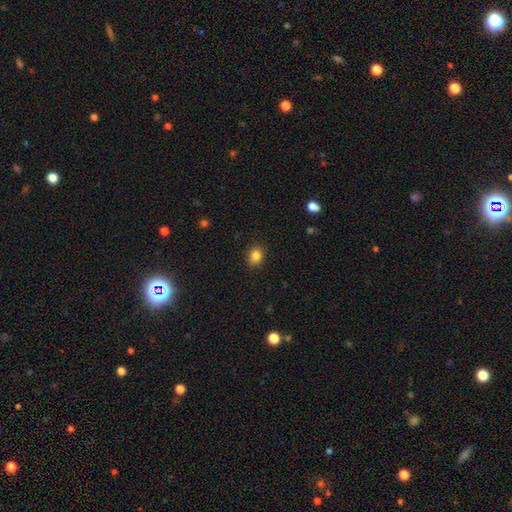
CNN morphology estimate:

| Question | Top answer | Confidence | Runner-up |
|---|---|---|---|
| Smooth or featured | smooth | 84% | star or artifact (11%) |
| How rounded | in between | 53% | round (45%) |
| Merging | none | 83% | minor disturbance (13%) |